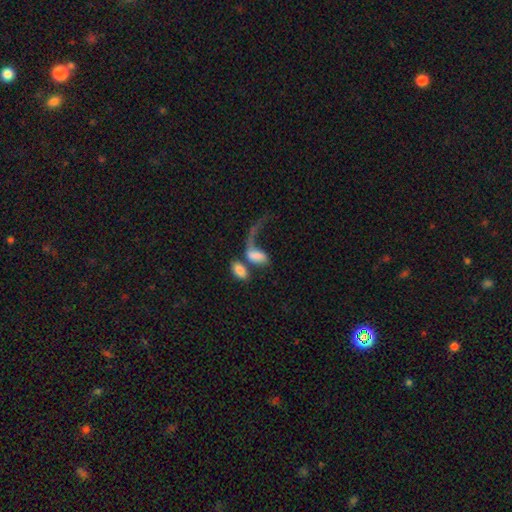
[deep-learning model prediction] smooth_or_featured: smooth (p=0.59) [alt: featured or disk p=0.32]
how_rounded: in between (p=0.87) [alt: round p=0.07]
merging: merger (p=0.45) [alt: major disturbance p=0.31]